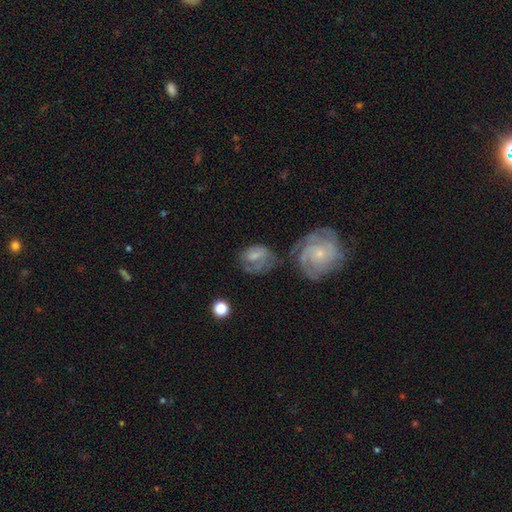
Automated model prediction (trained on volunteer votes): A featured or disk galaxy (61%) with a weak bar (44%), spiral arms (84%) and a small central bulge (50%). Merging: none (37%).